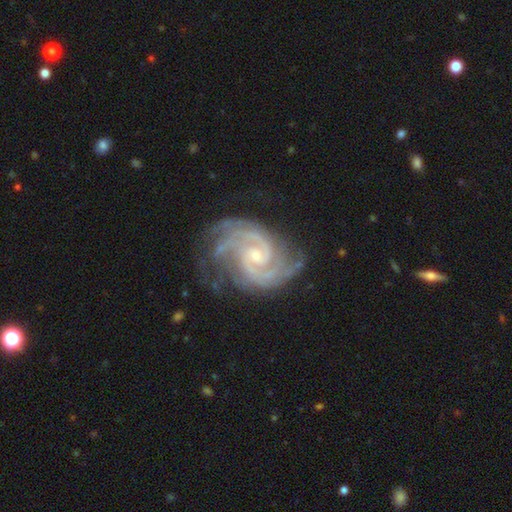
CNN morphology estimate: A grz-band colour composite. It shows a featured or disk galaxy (93%) with no bar (52%), 2 (59%) tight (56%) spiral arms (99%) and a small central bulge (63%). Merging: none (70%).